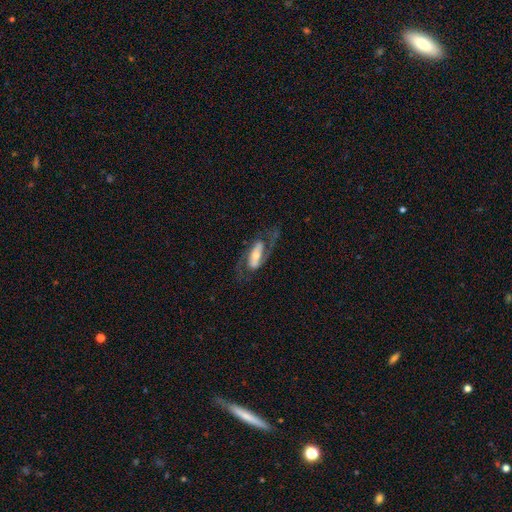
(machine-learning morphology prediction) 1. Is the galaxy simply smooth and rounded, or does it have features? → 80% featured or disk, 15% smooth, 6% star or artifact.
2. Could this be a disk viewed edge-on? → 92% no, 8% yes.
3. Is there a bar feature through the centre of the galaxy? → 45% strong, 29% weak, 26% no.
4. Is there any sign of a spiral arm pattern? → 91% yes, 9% no.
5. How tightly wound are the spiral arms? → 50% medium, 32% loose, 17% tight.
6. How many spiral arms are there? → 90% 2, 4% can't tell, 3% 1, 1% 3, 1% 4, 1% more than 4.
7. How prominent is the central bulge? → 49% moderate, 37% small, 10% large, 2% none, 2% dominant.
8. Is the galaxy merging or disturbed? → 67% none, 16% major disturbance, 15% minor disturbance, 2% merger.